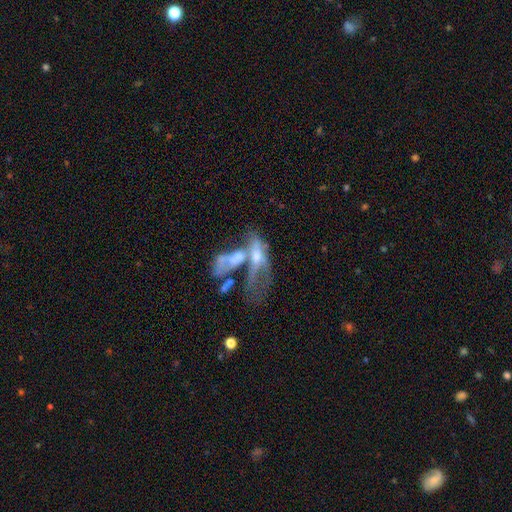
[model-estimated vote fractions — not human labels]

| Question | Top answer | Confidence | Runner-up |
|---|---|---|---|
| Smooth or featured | featured or disk | 55% | smooth (34%) |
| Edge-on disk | no | 82% | yes (18%) |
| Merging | merger | 61% | major disturbance (24%) |